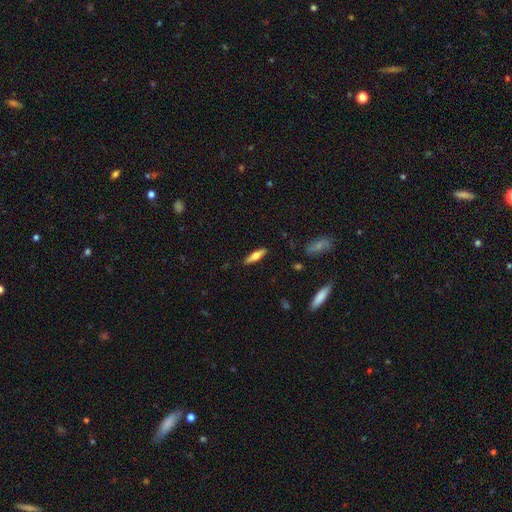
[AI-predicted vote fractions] A smooth galaxy with no disk features (52%) that is cigar-shaped (65%).

Vote fractions:
- Smooth or featured? smooth: 52% / featured or disk: 42% / star or artifact: 6%
- How rounded? cigar-shaped: 65% / in between: 33% / round: 2%
- Merging? none: 88% / minor disturbance: 9% / major disturbance: 2% / merger: 1%